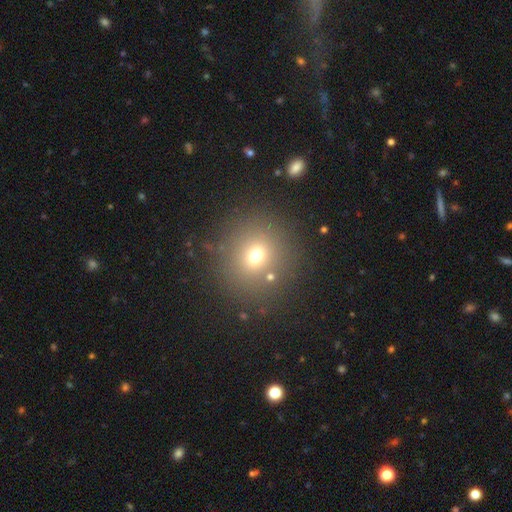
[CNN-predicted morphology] smooth 68%, star or artifact 21%, featured or disk 11%. Down the decision tree: how rounded — round (86%); merging — none (83%).